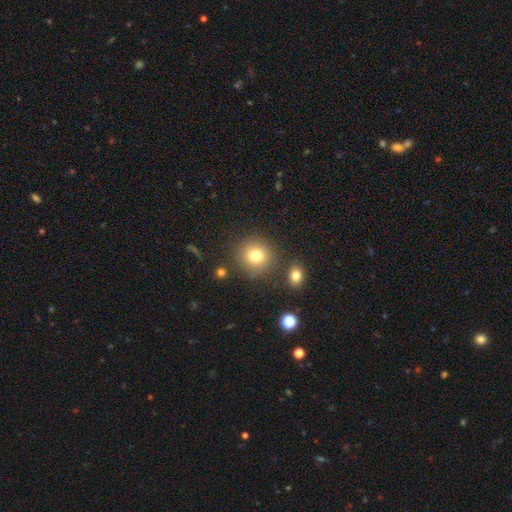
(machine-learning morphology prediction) Overall: smooth (77%). How rounded: round (90%). Merging: none (82%).